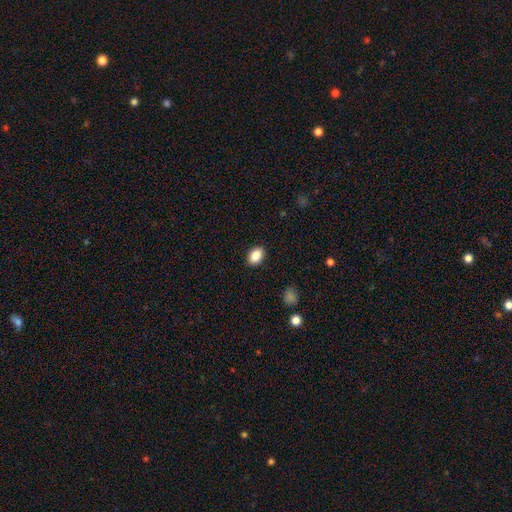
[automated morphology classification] Smooth or featured? Predicted: smooth (p=0.87). How rounded? Predicted: in between (p=0.81). Merging? Predicted: none (p=0.89).